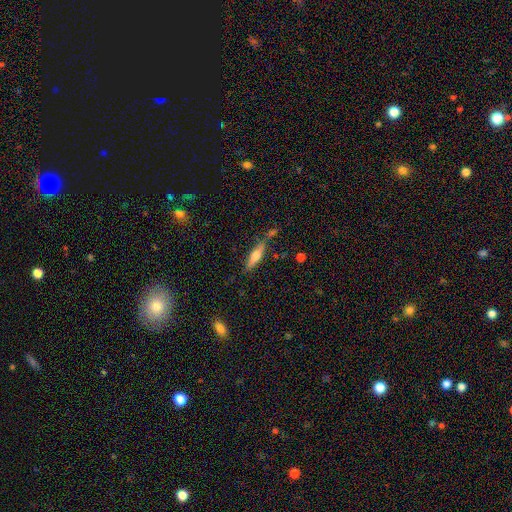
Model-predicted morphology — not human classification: Smooth or featured: smooth — 57% (featured or disk — 36%)
How rounded: cigar-shaped — 70% (in between — 28%)
Merging: none — 69% (minor disturbance — 18%)